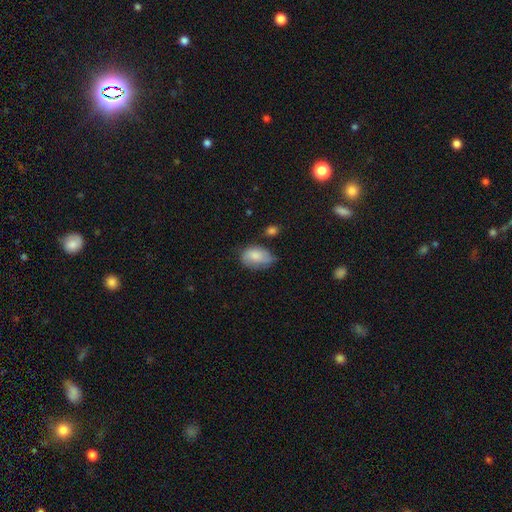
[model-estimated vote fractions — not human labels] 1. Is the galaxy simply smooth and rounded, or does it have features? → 75% smooth, 18% featured or disk, 7% star or artifact.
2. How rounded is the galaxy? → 86% in between, 13% round, 1% cigar-shaped.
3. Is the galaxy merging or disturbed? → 45% none, 38% minor disturbance, 12% major disturbance, 5% merger.